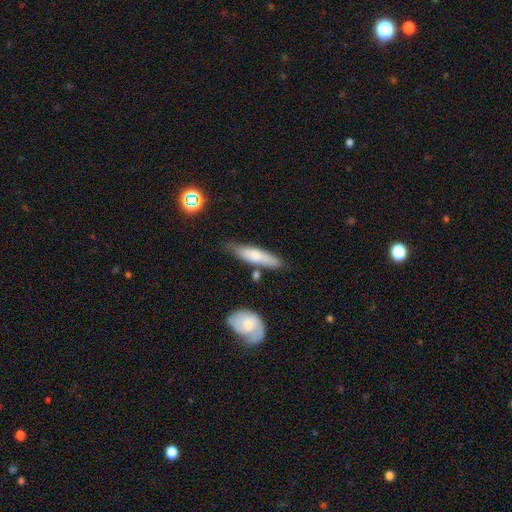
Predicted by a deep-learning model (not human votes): smooth-or-featured: smooth: 69% | featured or disk: 25% | star or artifact: 6%
  how-rounded: cigar-shaped: 73% | in between: 26% | round: 2%
  merging: none: 68% | minor disturbance: 21% | merger: 7% | major disturbance: 4%